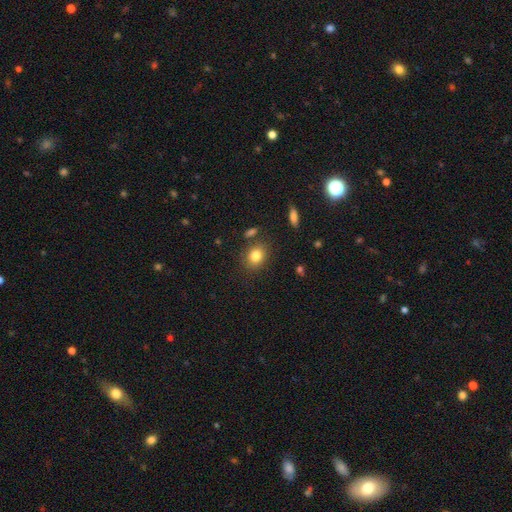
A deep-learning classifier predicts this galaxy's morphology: A smooth galaxy with no disk features (82%) that is round (52%). Merging: none (80%).